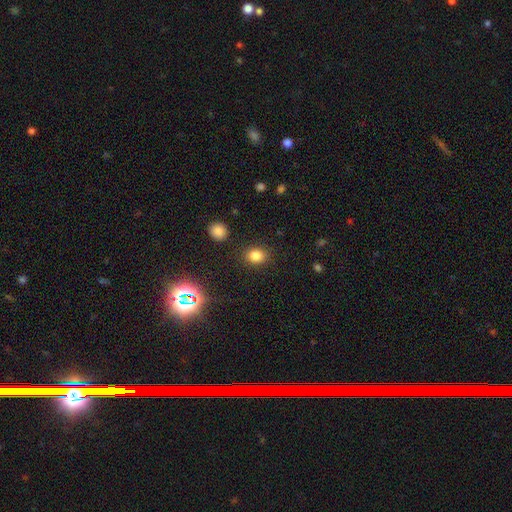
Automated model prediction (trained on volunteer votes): Smooth or featured?
  - smooth: 81% *
  - star or artifact: 14%
  - featured or disk: 5%
How rounded?
  - round: 52% *
  - in between: 47%
  - cigar-shaped: 1%
Merging?
  - none: 86% *
  - minor disturbance: 9%
  - major disturbance: 3%
  - merger: 3%